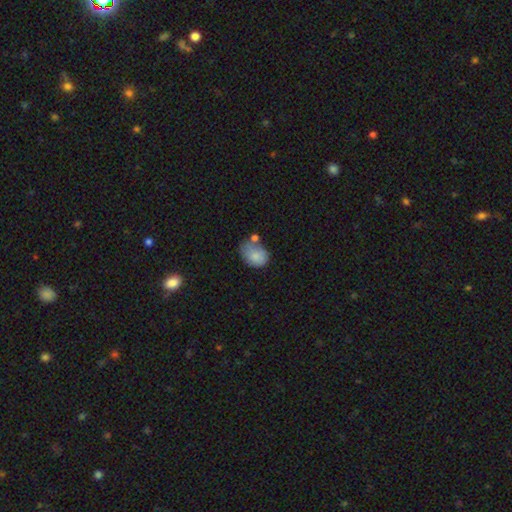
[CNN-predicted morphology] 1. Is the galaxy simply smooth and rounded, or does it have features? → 78% smooth, 14% featured or disk, 8% star or artifact.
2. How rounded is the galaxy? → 70% in between, 29% round, 1% cigar-shaped.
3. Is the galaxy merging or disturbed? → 39% none, 29% minor disturbance, 20% merger, 12% major disturbance.